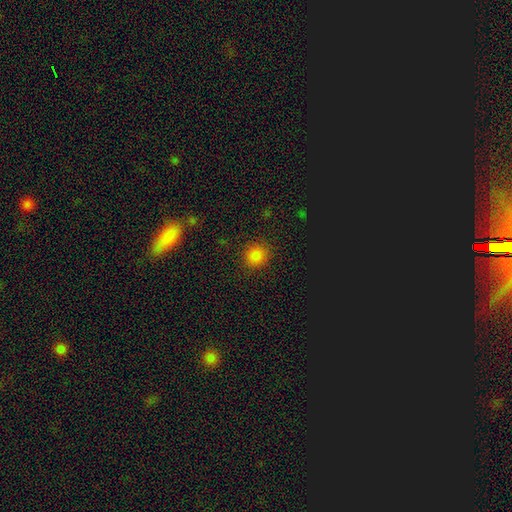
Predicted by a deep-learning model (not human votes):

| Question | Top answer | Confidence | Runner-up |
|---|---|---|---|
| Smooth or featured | smooth | 83% | star or artifact (14%) |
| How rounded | round | 87% | in between (12%) |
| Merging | none | 88% | minor disturbance (8%) |